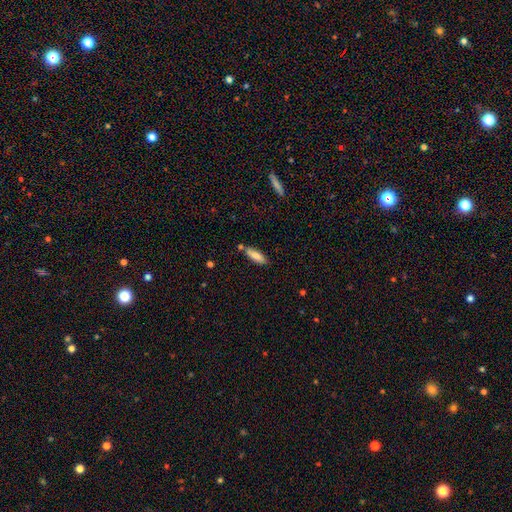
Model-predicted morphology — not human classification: The model was most divided on "how rounded": in between: 56%, cigar-shaped: 42%, round: 2%. More confident: smooth or featured — smooth (80%); merging — none (71%).